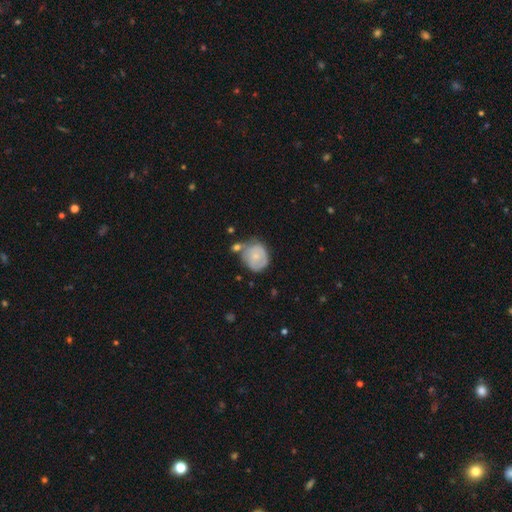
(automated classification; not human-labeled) Smooth or featured?
  - smooth: 59% *
  - featured or disk: 35%
  - star or artifact: 7%
How rounded?
  - round: 72% *
  - in between: 27%
  - cigar-shaped: 1%
Merging?
  - none: 45% *
  - minor disturbance: 29%
  - merger: 16%
  - major disturbance: 10%